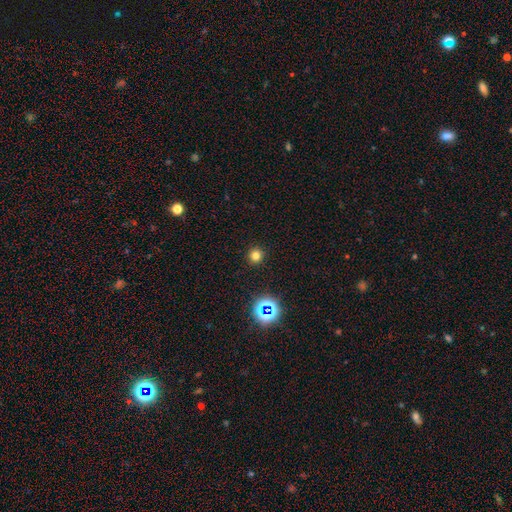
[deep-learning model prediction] A smooth galaxy with no disk features (74%) that is round (94%).

Vote fractions:
- Smooth or featured? smooth: 74% / star or artifact: 20% / featured or disk: 5%
- How rounded? round: 94% / in between: 5% / cigar-shaped: 1%
- Merging? none: 92% / minor disturbance: 5% / major disturbance: 2% / merger: 1%